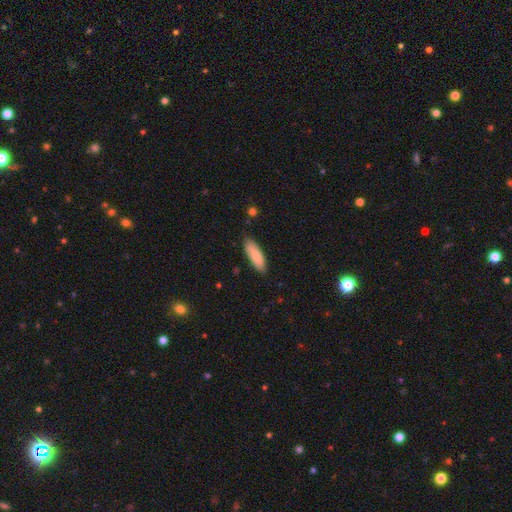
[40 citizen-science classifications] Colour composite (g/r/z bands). It shows a smooth galaxy with no disk features (90%) that is in between round and cigar-shaped (64%). Merging: none (77%).